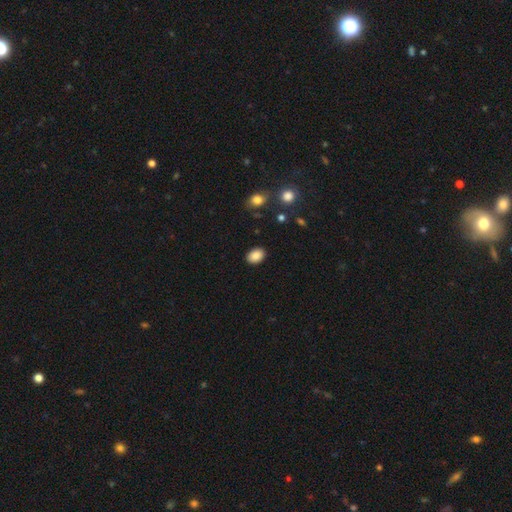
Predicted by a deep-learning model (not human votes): smooth_or_featured: smooth (p=0.87) [alt: star or artifact p=0.08]
how_rounded: in between (p=0.77) [alt: round p=0.22]
merging: none (p=0.89) [alt: minor disturbance p=0.08]